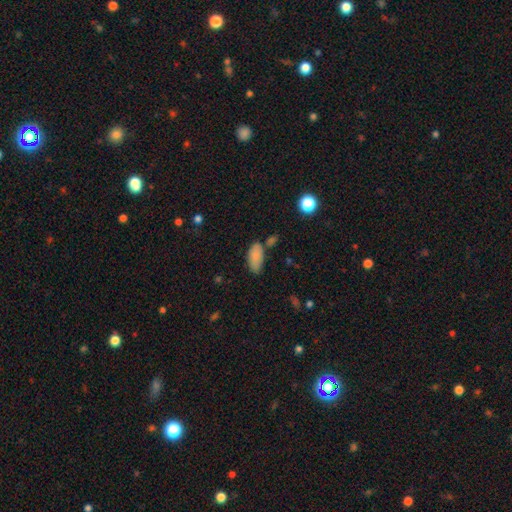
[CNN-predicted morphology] The model was most divided on "merging": none: 63%, minor disturbance: 22%, merger: 10%, major disturbance: 5%. More confident: how rounded — in between (92%); smooth or featured — smooth (85%).